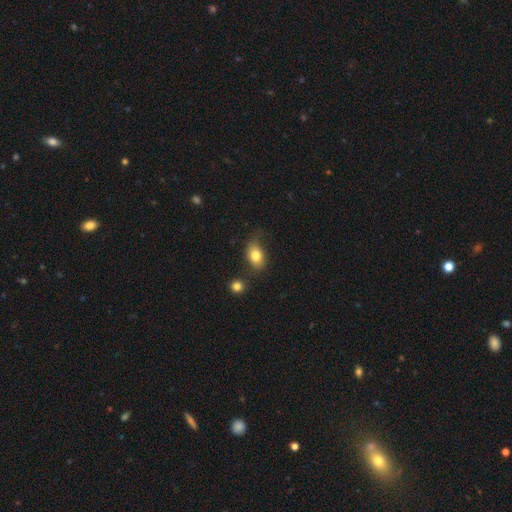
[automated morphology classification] Smooth or featured?
  - smooth: 80% *
  - featured or disk: 12%
  - star or artifact: 9%
How rounded?
  - in between: 78% *
  - round: 20%
  - cigar-shaped: 2%
Merging?
  - none: 58% *
  - minor disturbance: 26%
  - major disturbance: 10%
  - merger: 5%